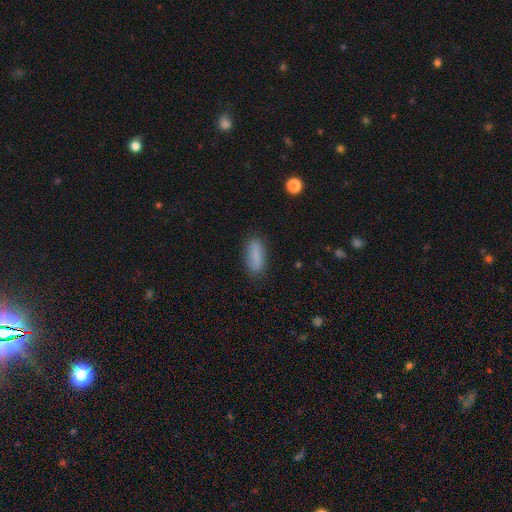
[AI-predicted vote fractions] This appears to be a smooth galaxy with no disk features (84%) that is in between round and cigar-shaped (71%). Merging: none (84%).